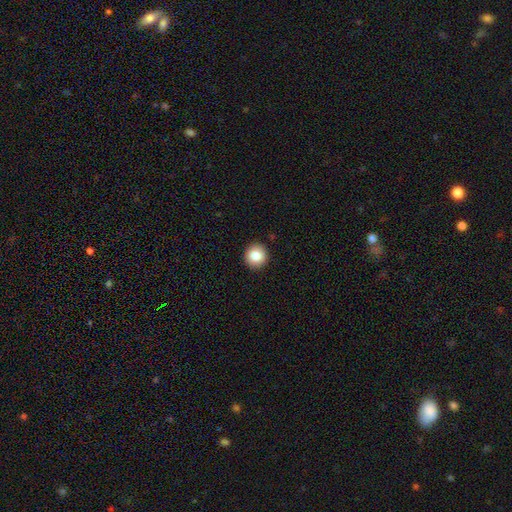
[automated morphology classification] Smooth or featured? Predicted: smooth (p=0.85). How rounded? Predicted: round (p=0.93). Merging? Predicted: none (p=0.92).